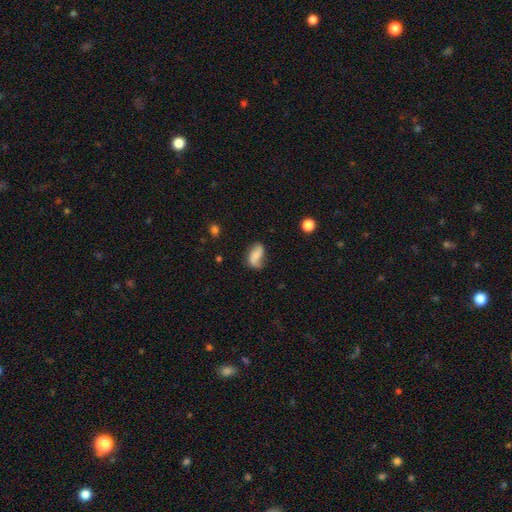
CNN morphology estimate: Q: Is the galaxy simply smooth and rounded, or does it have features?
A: smooth — 51%.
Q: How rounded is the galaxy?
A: in between — 86%.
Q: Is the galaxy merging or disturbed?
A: none — 54%.